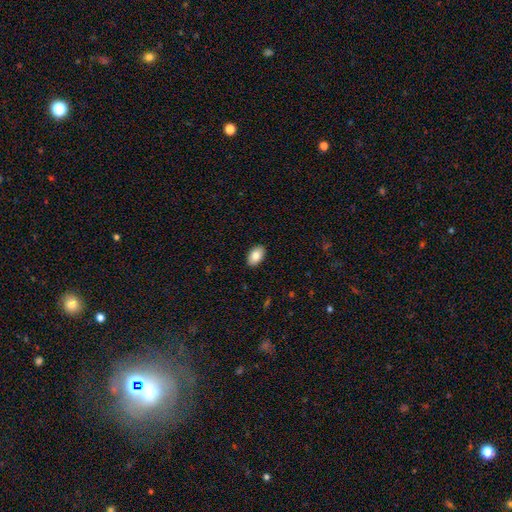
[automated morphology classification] smooth_or_featured: smooth (p=0.84) [alt: featured or disk p=0.09]
how_rounded: in between (p=0.92) [alt: round p=0.06]
merging: none (p=0.90) [alt: minor disturbance p=0.07]